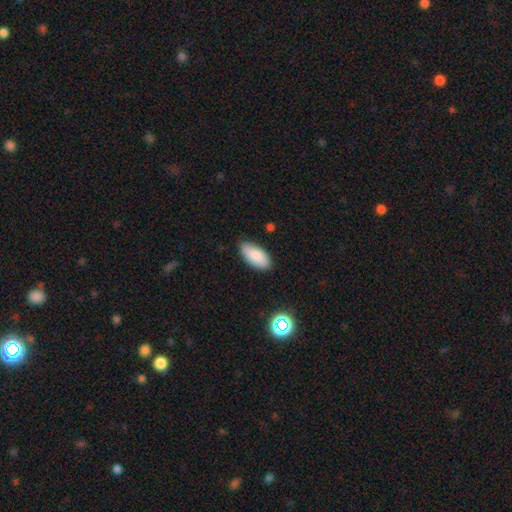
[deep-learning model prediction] Smooth or featured: smooth — 86% (featured or disk — 7%)
How rounded: in between — 92% (cigar-shaped — 6%)
Merging: none — 83% (minor disturbance — 14%)